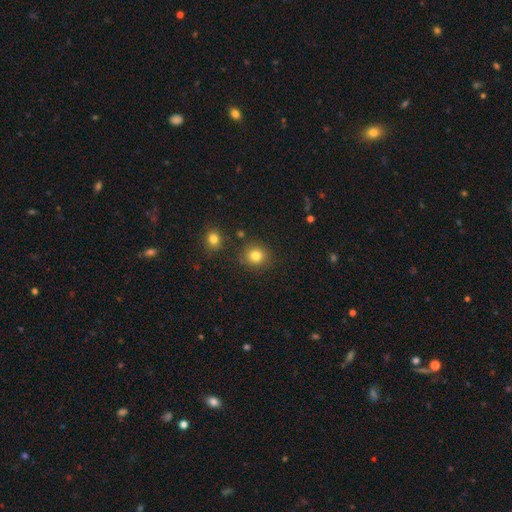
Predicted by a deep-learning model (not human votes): smooth_or_featured: smooth (p=0.82) [alt: star or artifact p=0.12]
how_rounded: round (p=0.88) [alt: in between p=0.11]
merging: none (p=0.85) [alt: minor disturbance p=0.08]